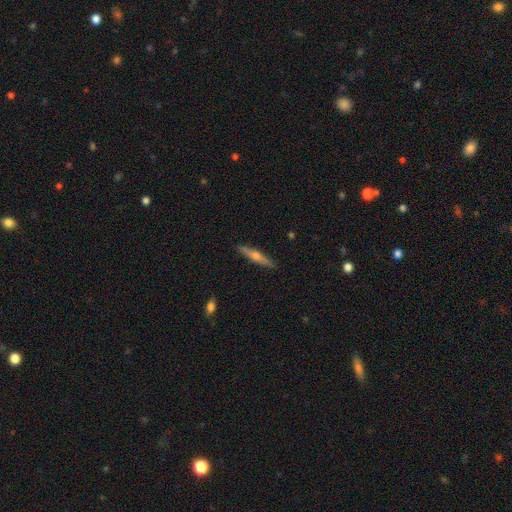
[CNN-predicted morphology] smooth-or-featured: featured or disk: 63% | smooth: 30% | star or artifact: 6%
  disk-edge-on: yes: 96% | no: 4%
    edge-on-bulge: rounded: 88% | none: 9% | boxy: 3%
  merging: none: 91% | minor disturbance: 7% | major disturbance: 1% | merger: 1%